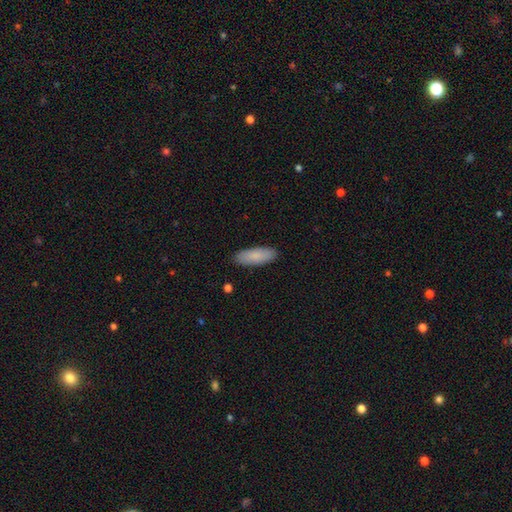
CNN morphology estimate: type=smooth (86%); roundness=in between (66%); merging=none (89%).